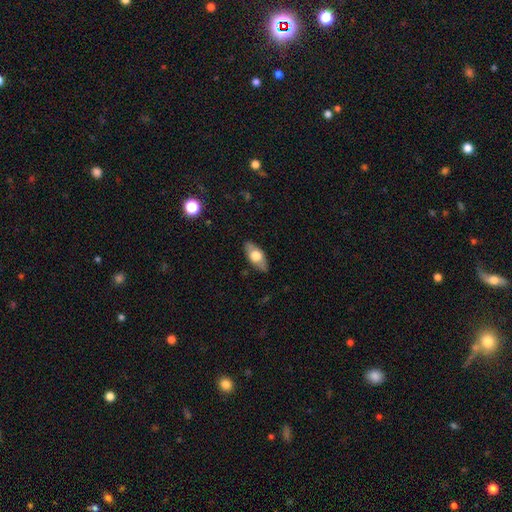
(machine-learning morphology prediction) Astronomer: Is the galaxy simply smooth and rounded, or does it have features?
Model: smooth — 59% (runner-up: featured or disk, 35%).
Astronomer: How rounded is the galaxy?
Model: in between — 86%.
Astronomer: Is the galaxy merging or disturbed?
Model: none — 84%.